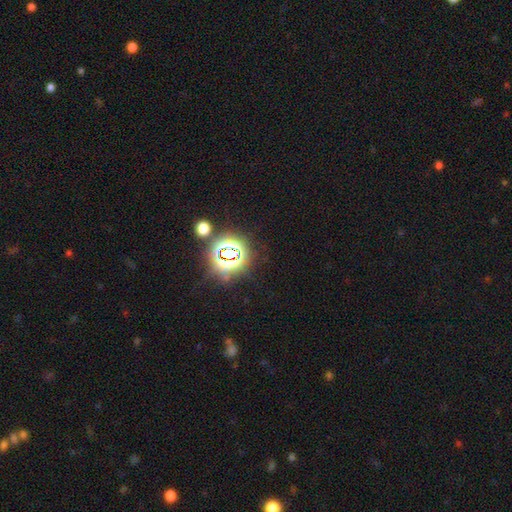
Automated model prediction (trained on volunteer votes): Smooth or featured?
  - star or artifact: 82% *
  - smooth: 13%
  - featured or disk: 6%